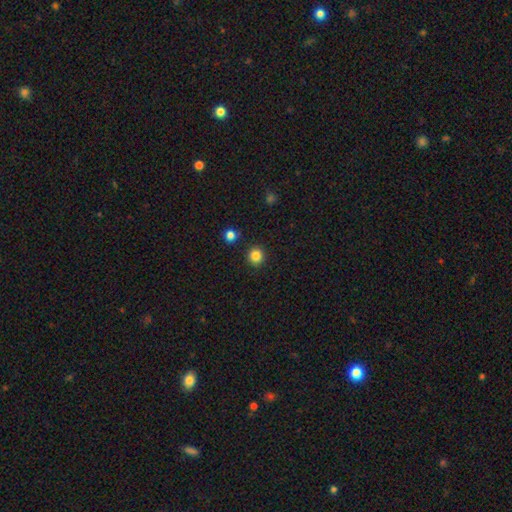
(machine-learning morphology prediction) Smooth or featured? smooth (84%)
How rounded? round (93%)
Merging? none (91%)